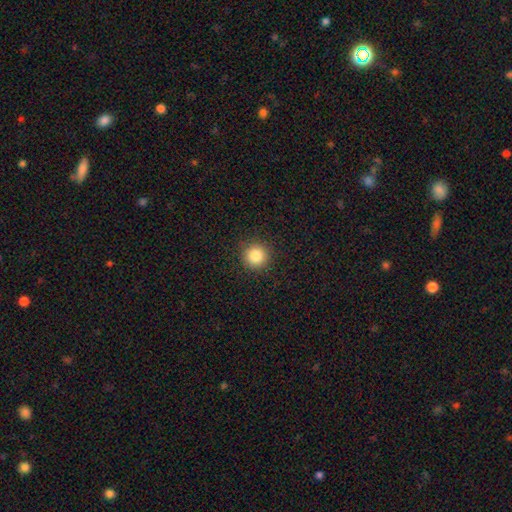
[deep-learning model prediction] smooth 84%, star or artifact 11%, featured or disk 5%. Down the decision tree: how rounded — round (95%); merging — none (92%).